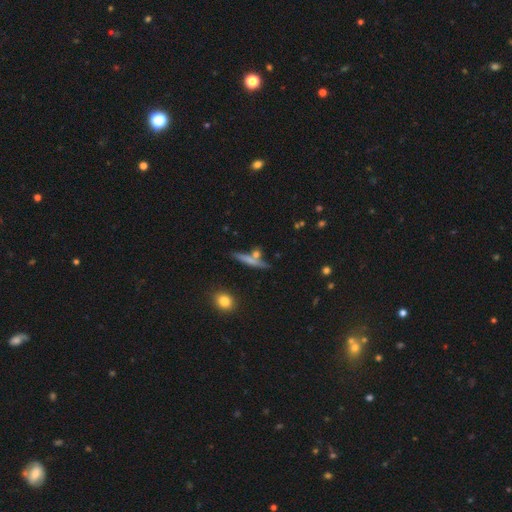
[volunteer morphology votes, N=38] Q: Smooth or featured?
A: smooth (68%); runner-up: featured or disk (29%)
Q: How rounded?
A: cigar-shaped (69%); runner-up: round (31%)
Q: Merging?
A: none (92%); runner-up: merger (5%)